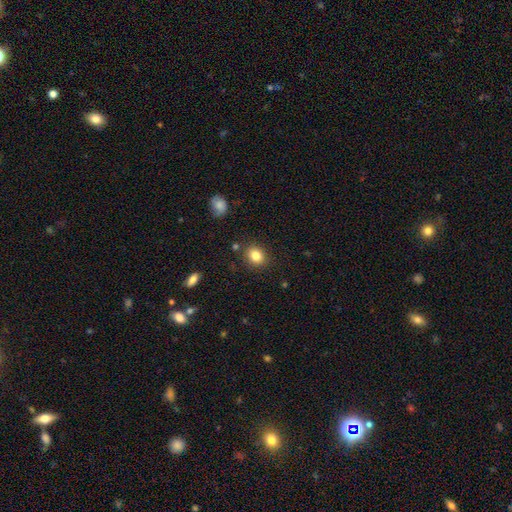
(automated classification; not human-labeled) A smooth galaxy with no disk features (83%) that is round (61%). Merging: none (86%).